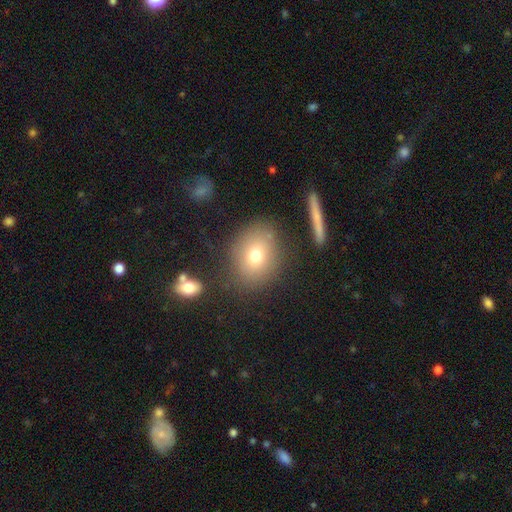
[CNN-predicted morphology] Smooth or featured? smooth (72%)
How rounded? round (59%)
Merging? none (78%)